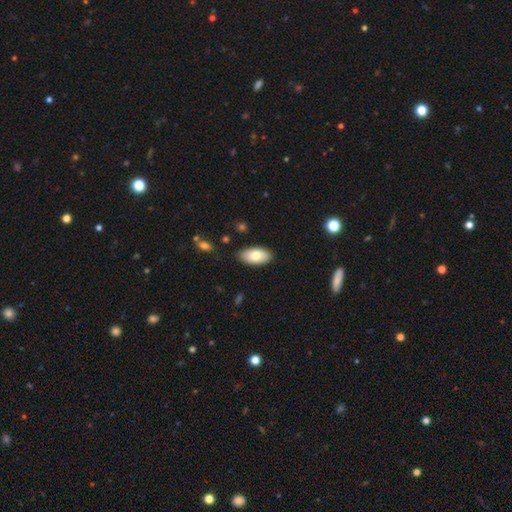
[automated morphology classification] smooth 75%, featured or disk 19%, star or artifact 6%. Down the decision tree: how rounded — in between (93%); merging — none (87%).